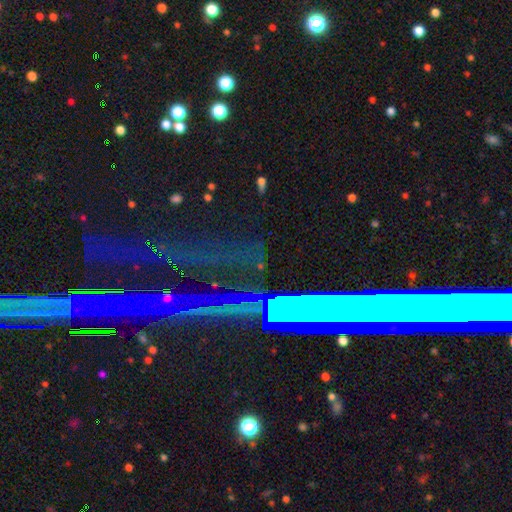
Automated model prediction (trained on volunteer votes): smooth-or-featured: star or artifact: 62% | featured or disk: 24% | smooth: 14%